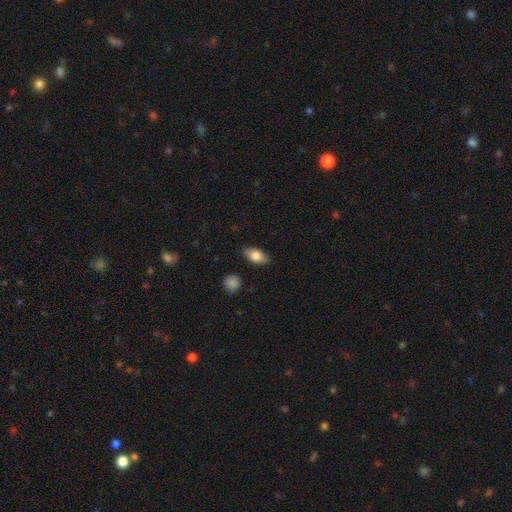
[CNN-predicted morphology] A smooth galaxy with no disk features (77%) that is in between round and cigar-shaped (87%).

Vote fractions:
- Smooth or featured? smooth: 77% / featured or disk: 16% / star or artifact: 7%
- How rounded? in between: 87% / cigar-shaped: 7% / round: 6%
- Merging? none: 85% / minor disturbance: 11% / major disturbance: 2% / merger: 1%